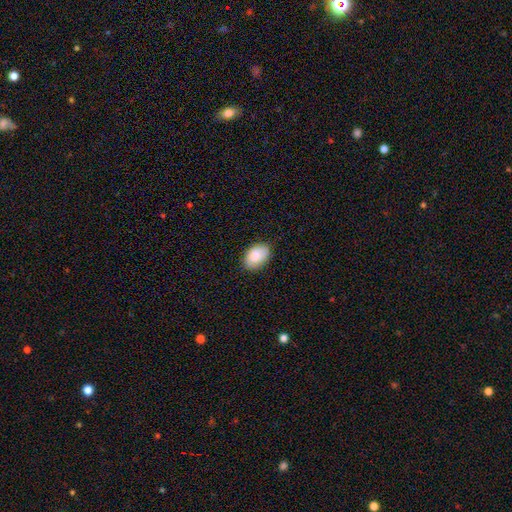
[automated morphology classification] type=smooth (87%); roundness=in between (87%); merging=none (83%).